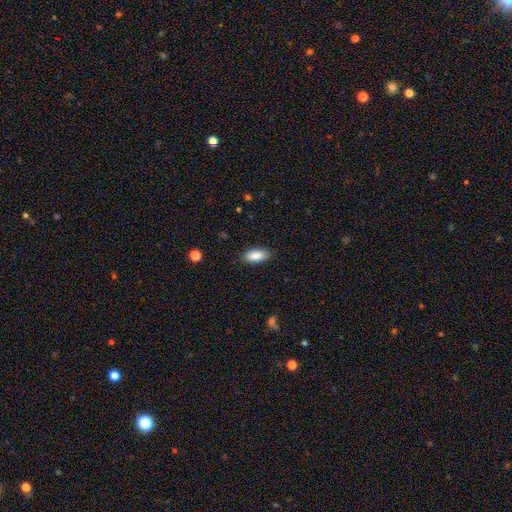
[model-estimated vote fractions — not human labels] smooth 89%, star or artifact 7%, featured or disk 5%. Down the decision tree: how rounded — in between (88%); merging — none (88%).